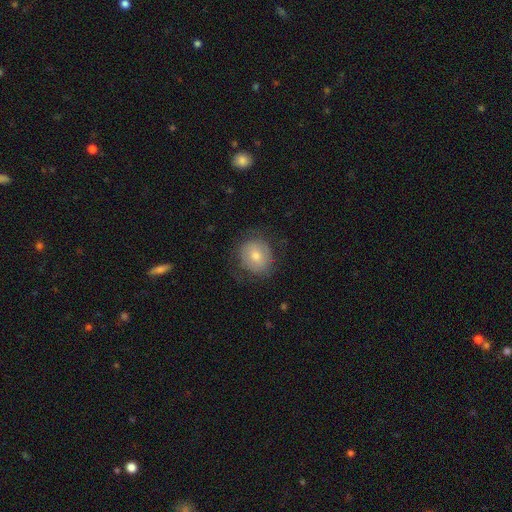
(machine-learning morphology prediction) This appears to be a smooth galaxy with no disk features (63%) that is round (76%). Merging: none (70%).